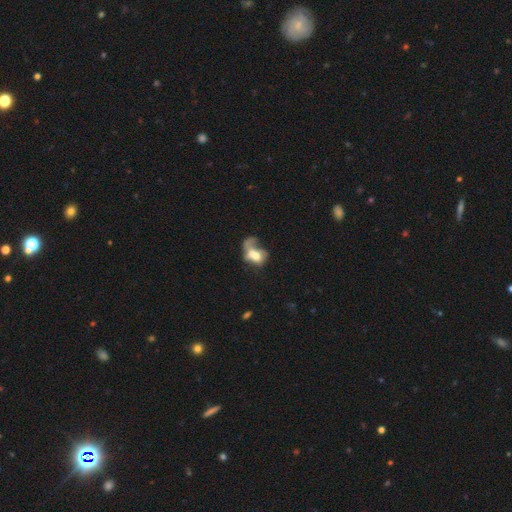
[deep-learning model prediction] Smooth or featured: smooth — 53% (featured or disk — 37%)
How rounded: in between — 73% (round — 25%)
Merging: merger — 47% (major disturbance — 31%)